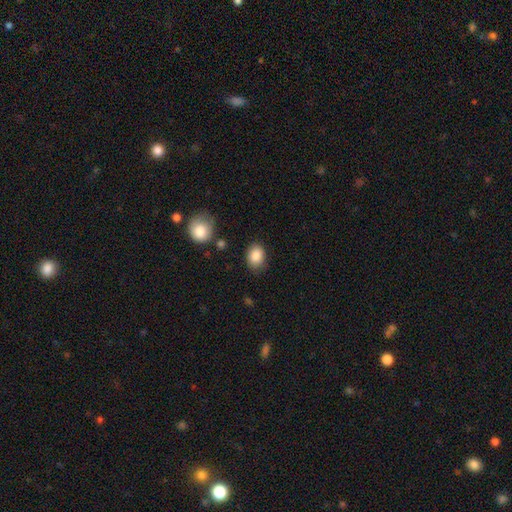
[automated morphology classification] This is clearly a smooth galaxy (86%). How rounded: likely in between (62%). Merging: likely none (78%).